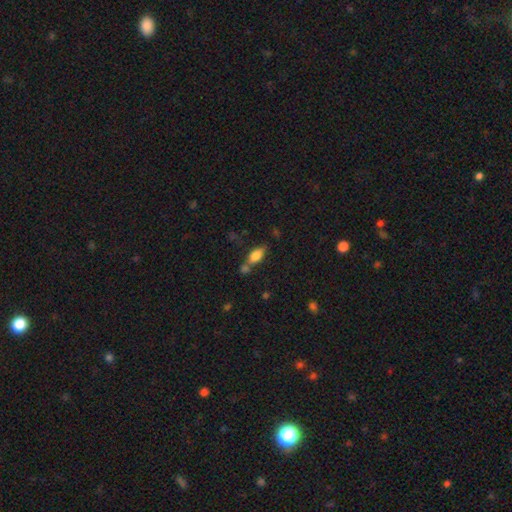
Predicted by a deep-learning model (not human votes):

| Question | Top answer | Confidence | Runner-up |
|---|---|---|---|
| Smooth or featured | smooth | 76% | featured or disk (16%) |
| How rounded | in between | 84% | cigar-shaped (11%) |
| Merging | none | 54% | merger (25%) |